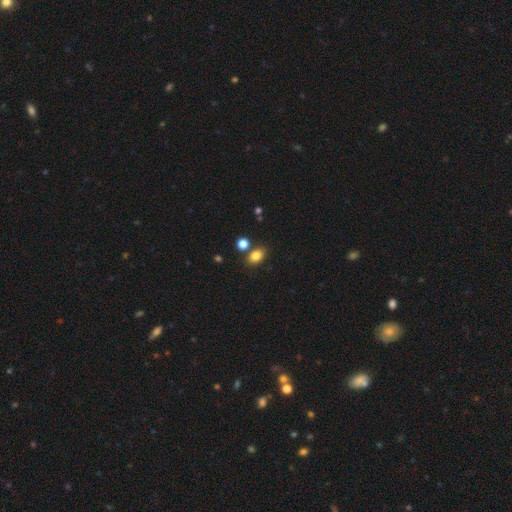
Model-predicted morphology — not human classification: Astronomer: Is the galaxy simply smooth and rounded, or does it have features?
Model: smooth — 83%.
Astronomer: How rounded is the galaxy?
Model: in between — 77%.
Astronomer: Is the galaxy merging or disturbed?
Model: none — 76%.